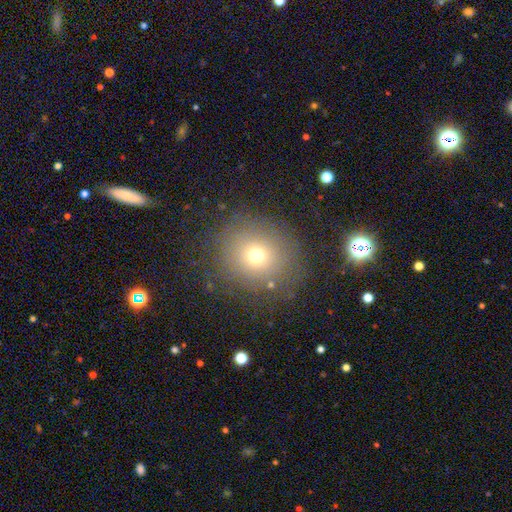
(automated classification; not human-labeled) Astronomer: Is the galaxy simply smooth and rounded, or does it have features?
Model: smooth — 67%.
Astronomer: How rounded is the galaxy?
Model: round — 87%.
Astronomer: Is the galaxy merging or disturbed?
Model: none — 80%.